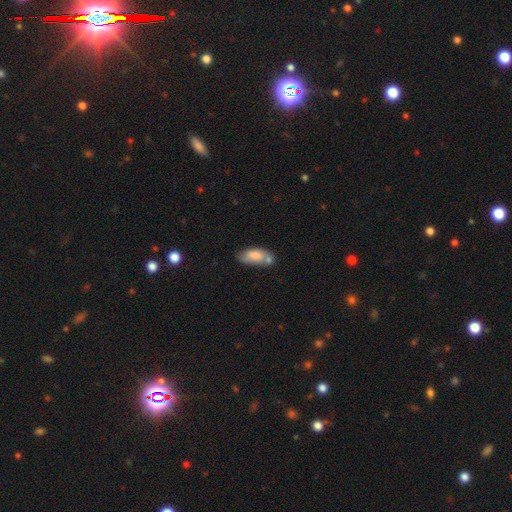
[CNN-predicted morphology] This is likely a smooth galaxy (75%). How rounded: clearly in between (86%). Merging: possibly none (48%).